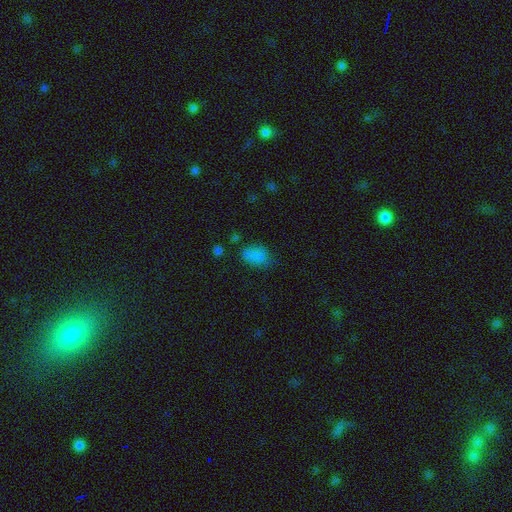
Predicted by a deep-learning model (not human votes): Smooth or featured? Predicted: smooth (p=0.81). How rounded? Predicted: in between (p=0.83). Merging? Predicted: none (p=0.62).